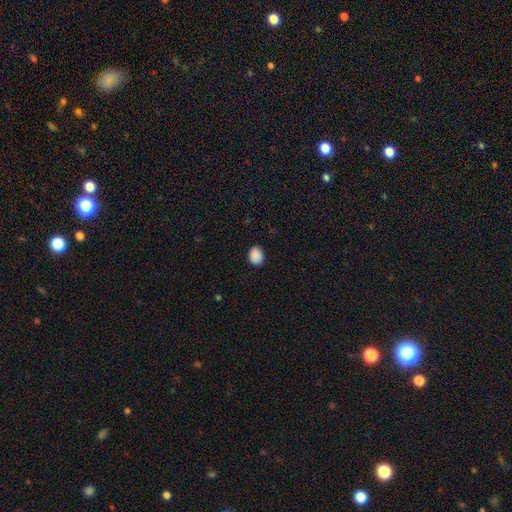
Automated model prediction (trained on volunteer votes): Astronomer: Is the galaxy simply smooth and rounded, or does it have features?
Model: smooth — 90%.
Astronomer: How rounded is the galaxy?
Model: in between — 63%.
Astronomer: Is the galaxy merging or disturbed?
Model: none — 88%.